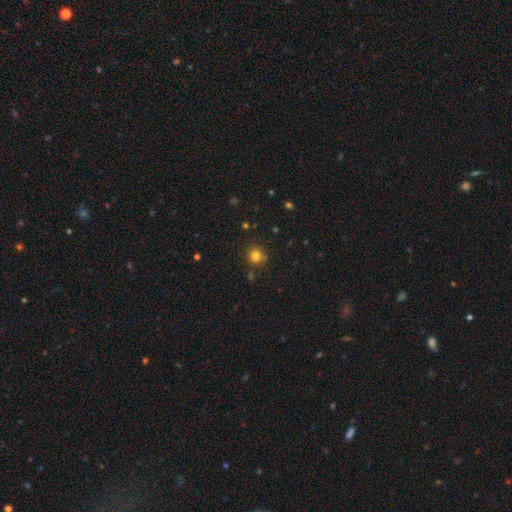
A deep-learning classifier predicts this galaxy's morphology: Overall: smooth (80%). How rounded: round (91%). Merging: none (81%).